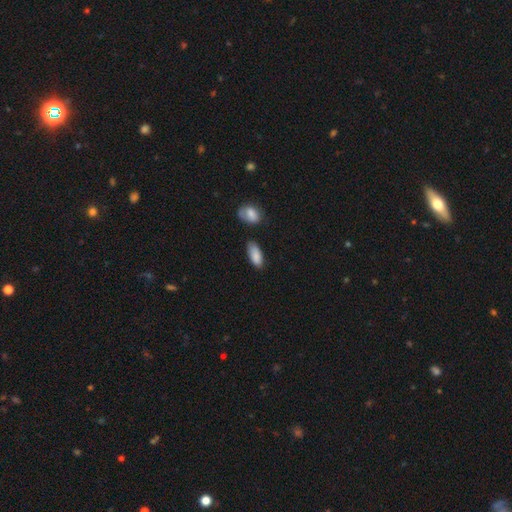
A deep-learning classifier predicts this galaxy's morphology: Overall: smooth (87%). How rounded: in between (87%). Merging: none (69%).